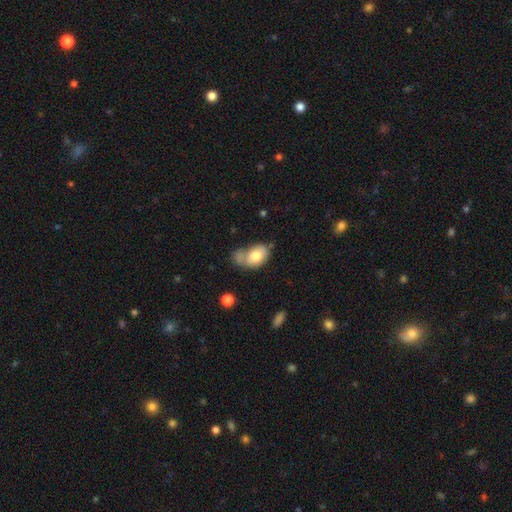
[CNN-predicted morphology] Q: Smooth or featured?
A: smooth (76%); runner-up: featured or disk (17%)
Q: How rounded?
A: in between (86%); runner-up: round (13%)
Q: Merging?
A: merger (37%); runner-up: none (26%)